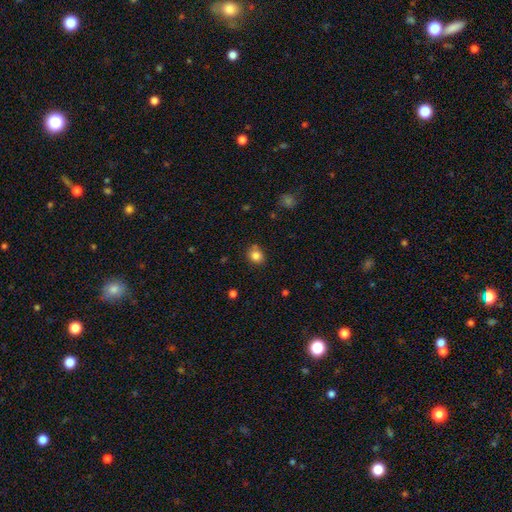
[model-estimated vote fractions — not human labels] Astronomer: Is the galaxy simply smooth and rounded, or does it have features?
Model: smooth — 83%.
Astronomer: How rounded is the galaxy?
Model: round — 67%.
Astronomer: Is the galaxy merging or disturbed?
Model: none — 72%.